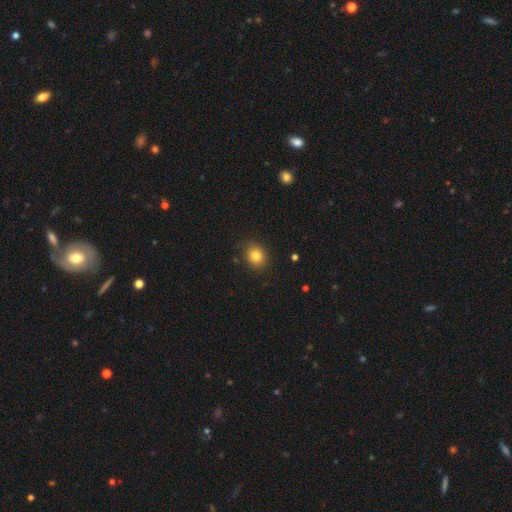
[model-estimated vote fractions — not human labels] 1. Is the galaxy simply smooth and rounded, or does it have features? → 82% smooth, 11% star or artifact, 7% featured or disk.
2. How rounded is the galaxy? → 67% round, 32% in between, 1% cigar-shaped.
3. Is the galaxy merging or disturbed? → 87% none, 9% minor disturbance, 3% major disturbance, 1% merger.